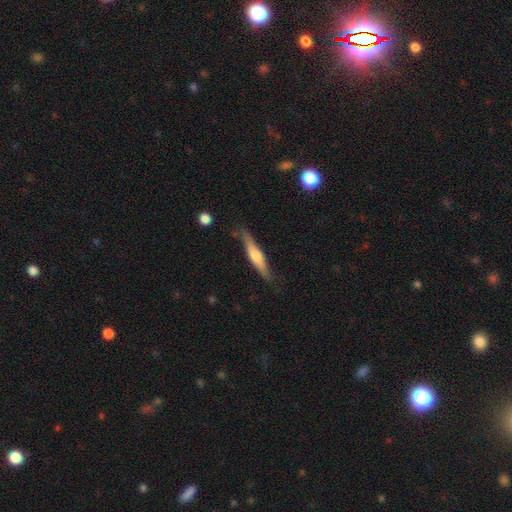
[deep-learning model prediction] Smooth or featured? Predicted: featured or disk (p=0.53). Edge-on disk? Predicted: yes (p=0.94). Edge-on bulge? Predicted: rounded (p=0.78). Merging? Predicted: none (p=0.79).